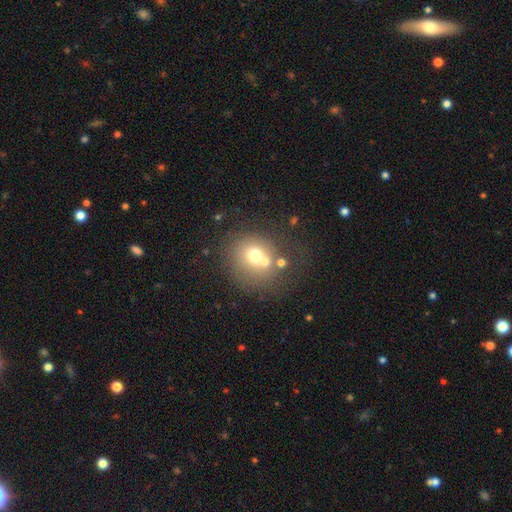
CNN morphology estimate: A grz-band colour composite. It shows a smooth galaxy with no disk features (64%) that is round (82%). Merging: none (50%).